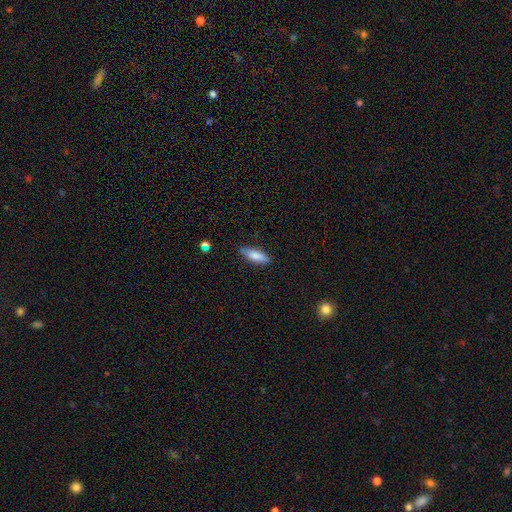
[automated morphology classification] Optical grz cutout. It shows a smooth galaxy with no disk features (76%) that is cigar-shaped (49%, tied with in between). Merging: none (84%).